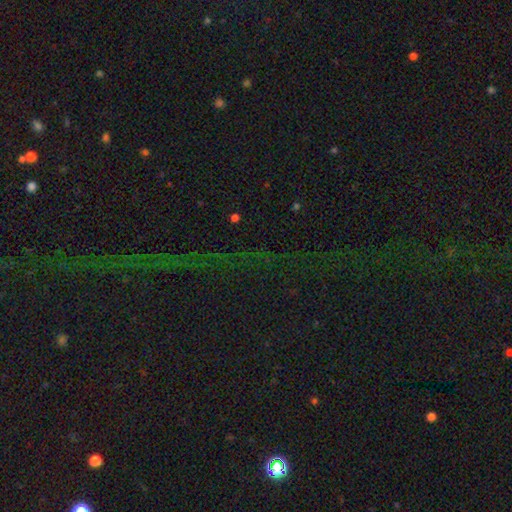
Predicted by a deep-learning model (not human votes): smooth-or-featured: star or artifact: 80% | smooth: 11% | featured or disk: 10%